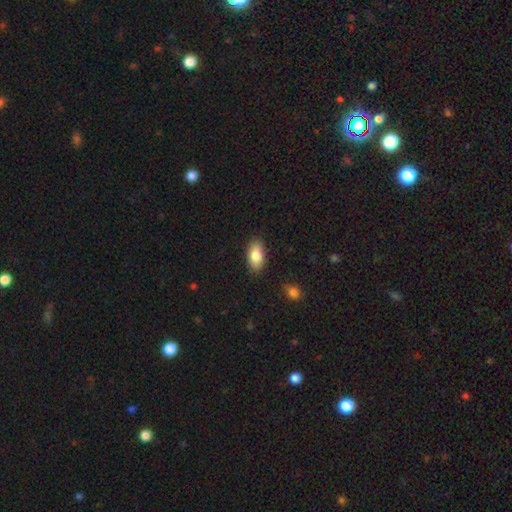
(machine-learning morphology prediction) Q: Smooth or featured?
A: smooth (85%); runner-up: featured or disk (8%)
Q: How rounded?
A: in between (92%); runner-up: round (4%)
Q: Merging?
A: none (87%); runner-up: minor disturbance (9%)